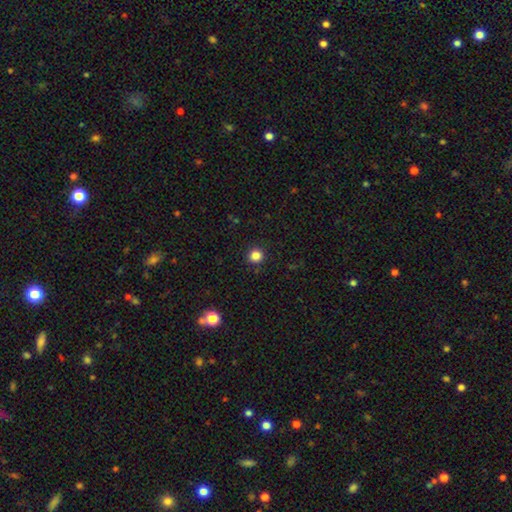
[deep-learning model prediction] Smooth or featured? smooth (84%)
How rounded? round (93%)
Merging? none (92%)